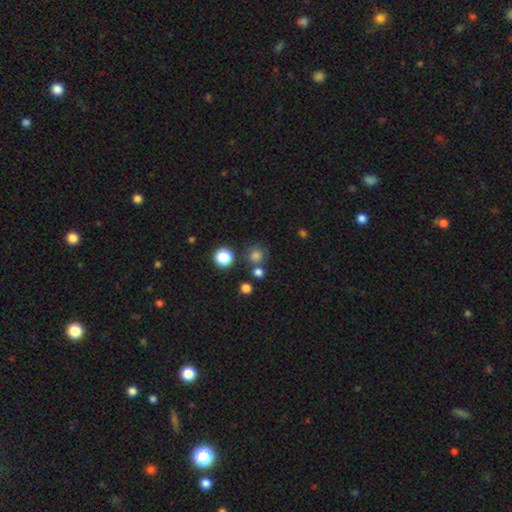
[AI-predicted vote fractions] This is likely a smooth galaxy (78%). How rounded: clearly round (91%). Merging: likely none (74%).